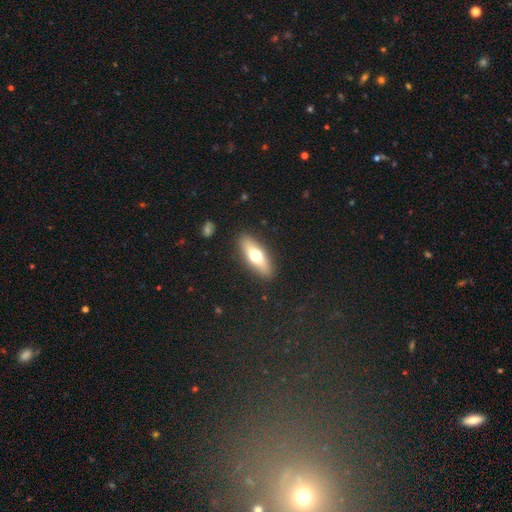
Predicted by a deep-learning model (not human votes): Smooth or featured? smooth (57%)
How rounded? in between (55%)
Merging? none (89%)